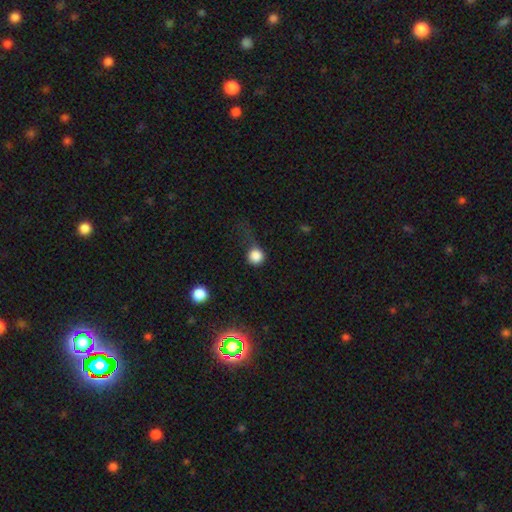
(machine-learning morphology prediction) Smooth or featured? Predicted: smooth (p=0.84). How rounded? Predicted: round (p=0.93). Merging? Predicted: none (p=0.46).